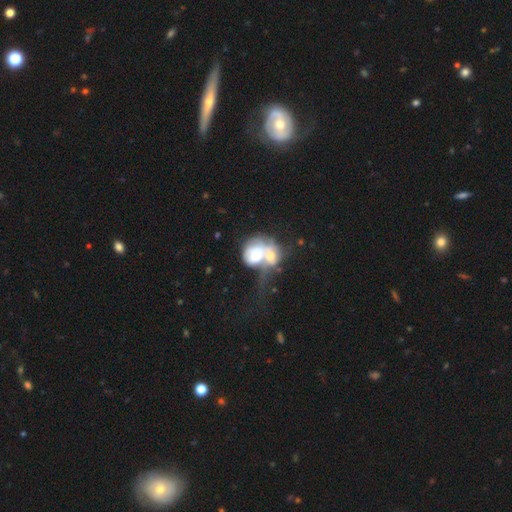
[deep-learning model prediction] The model was most divided on "smooth or featured": featured or disk: 51%, smooth: 41%, star or artifact: 8%. More confident: edge-on disk — no (96%); merging — merger (76%).